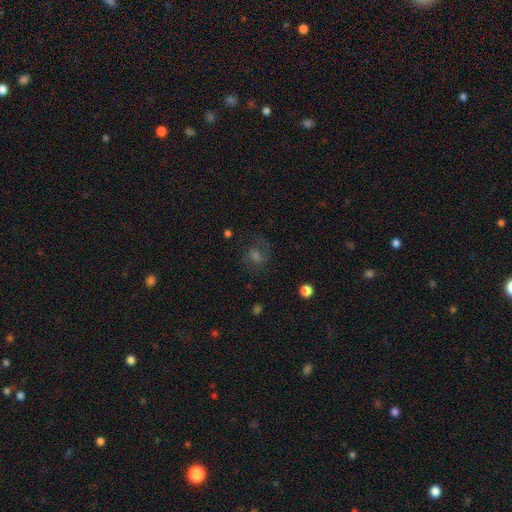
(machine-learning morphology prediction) smooth 39%, featured or disk 32%, star or artifact 29%. Down the decision tree: merging — none (68%).